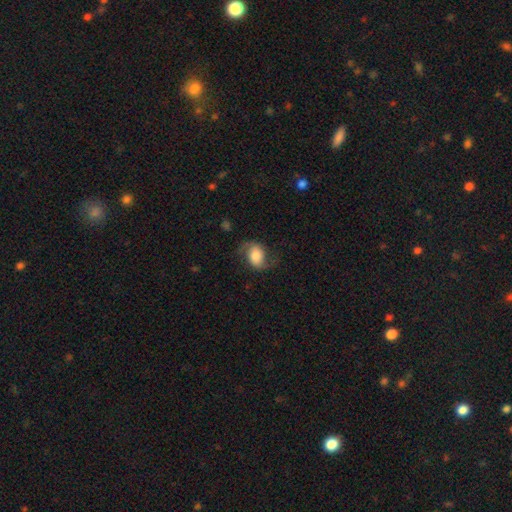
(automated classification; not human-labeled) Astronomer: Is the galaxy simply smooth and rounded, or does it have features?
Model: featured or disk — 55% (runner-up: smooth, 37%).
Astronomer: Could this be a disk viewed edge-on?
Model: no — 96%.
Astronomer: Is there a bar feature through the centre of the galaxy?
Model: no — 57%.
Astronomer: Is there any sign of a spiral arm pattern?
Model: yes — 90%.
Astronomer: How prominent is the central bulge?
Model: moderate — 38% (runner-up: large, 32%).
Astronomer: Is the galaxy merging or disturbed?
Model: none — 67%.